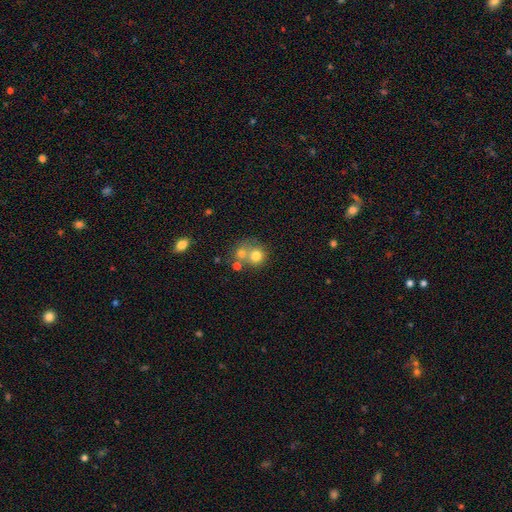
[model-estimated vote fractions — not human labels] This appears to be a smooth galaxy with no disk features (72%) that is round (83%). Merging: merger (46%).